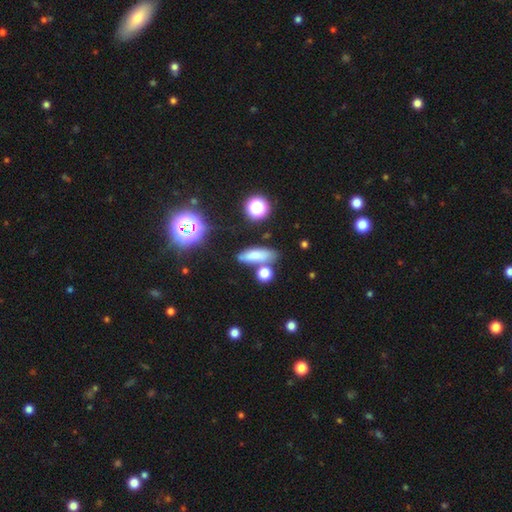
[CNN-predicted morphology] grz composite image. It shows a smooth galaxy with no disk features (70%) that is in between round and cigar-shaped (53%). Merging: none (68%).